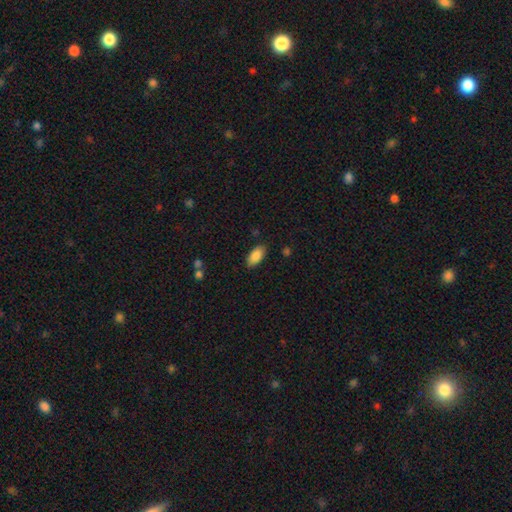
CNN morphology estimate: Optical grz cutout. It shows a smooth galaxy with no disk features (87%) that is in between round and cigar-shaped (92%). Merging: none (85%).